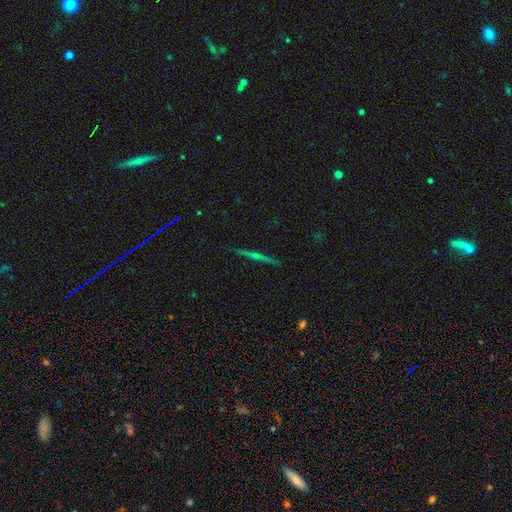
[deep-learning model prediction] Smooth or featured? featured or disk (47%)
Merging? none (88%)